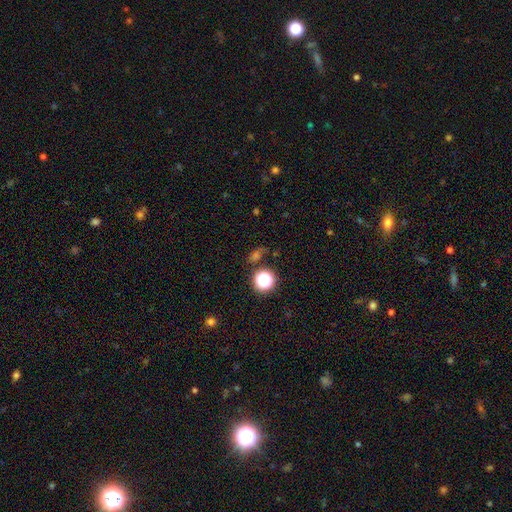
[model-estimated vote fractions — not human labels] Smooth or featured: star or artifact — 47% (smooth — 43%)